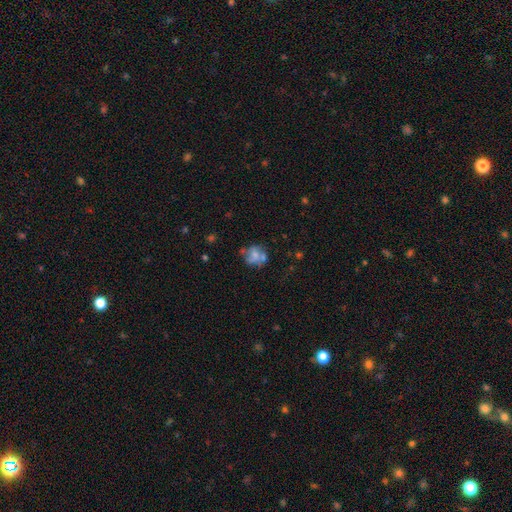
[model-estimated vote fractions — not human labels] Smooth or featured?
  - smooth: 46% *
  - featured or disk: 42%
  - star or artifact: 12%
Merging?
  - none: 41% *
  - merger: 22%
  - minor disturbance: 21%
  - major disturbance: 16%